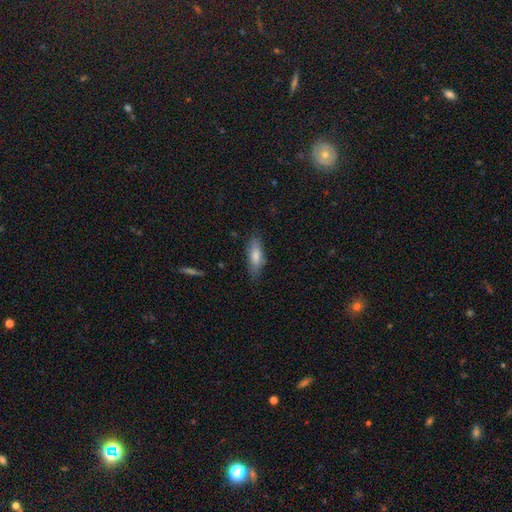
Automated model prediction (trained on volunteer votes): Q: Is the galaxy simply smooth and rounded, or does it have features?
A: smooth — 76%.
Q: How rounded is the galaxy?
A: in between — 58%.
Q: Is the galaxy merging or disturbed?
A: none — 75%.